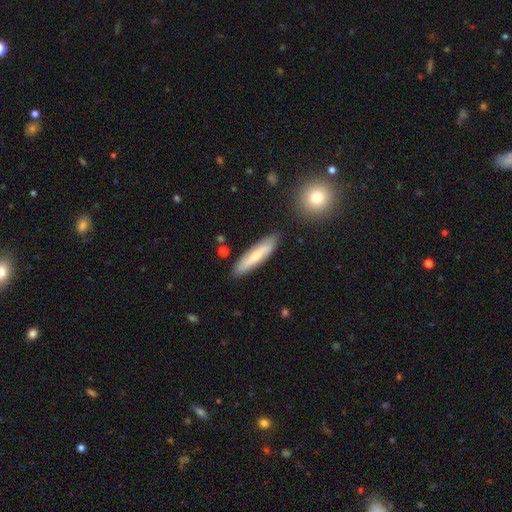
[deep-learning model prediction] This appears to be a smooth galaxy with no disk features (54%) that is cigar-shaped (76%). Merging: none (84%).